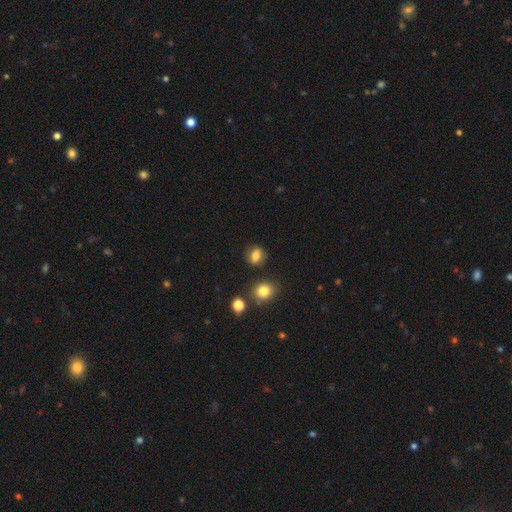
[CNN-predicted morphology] Smooth or featured? Predicted: smooth (p=0.78). How rounded? Predicted: round (p=0.59). Merging? Predicted: none (p=0.81).